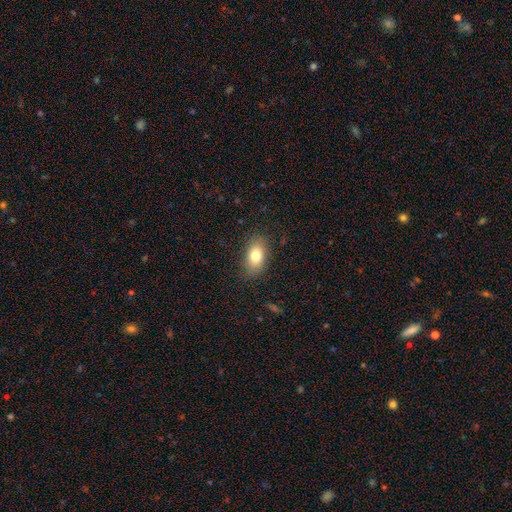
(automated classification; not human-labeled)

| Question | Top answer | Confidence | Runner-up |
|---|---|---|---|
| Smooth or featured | smooth | 79% | featured or disk (12%) |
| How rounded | in between | 87% | round (10%) |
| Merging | none | 84% | minor disturbance (11%) |